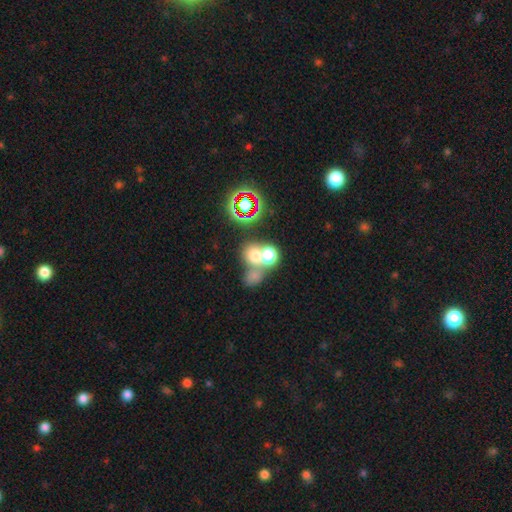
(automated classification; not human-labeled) A smooth galaxy with no disk features (60%) that is round (70%).

Vote fractions:
- Smooth or featured? smooth: 60% / star or artifact: 23% / featured or disk: 17%
- How rounded? round: 70% / in between: 28% / cigar-shaped: 1%
- Merging? merger: 52% / none: 35% / minor disturbance: 7% / major disturbance: 5%